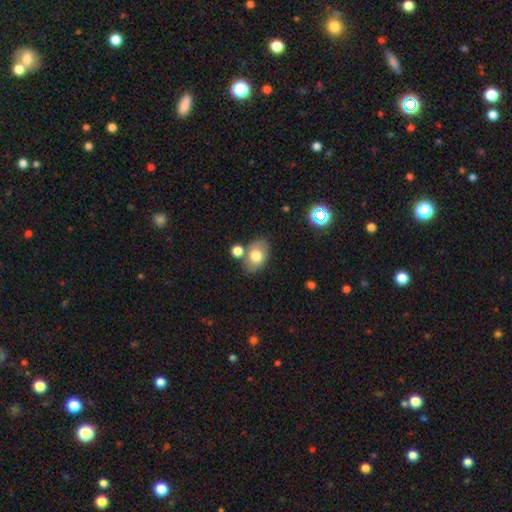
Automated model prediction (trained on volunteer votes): smooth_or_featured: smooth (p=0.74) [alt: featured or disk p=0.18]
how_rounded: in between (p=0.81) [alt: round p=0.18]
merging: none (p=0.67) [alt: merger p=0.15]